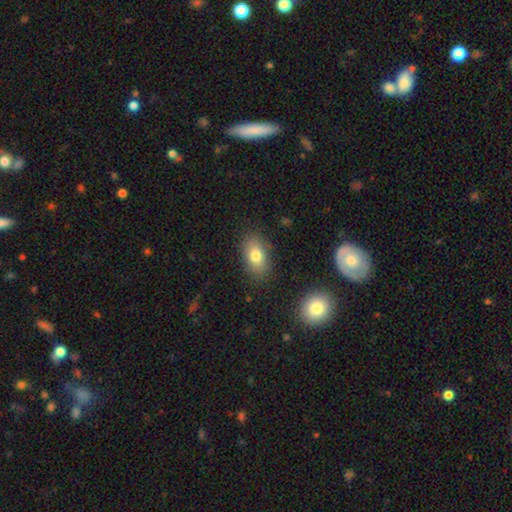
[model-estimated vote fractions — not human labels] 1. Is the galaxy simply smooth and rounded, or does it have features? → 79% smooth, 12% featured or disk, 9% star or artifact.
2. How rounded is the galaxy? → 88% in between, 9% round, 3% cigar-shaped.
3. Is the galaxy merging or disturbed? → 84% none, 11% minor disturbance, 3% major disturbance, 2% merger.